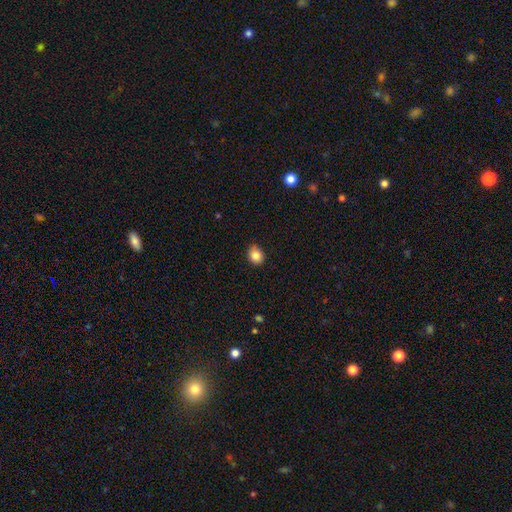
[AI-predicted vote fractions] smooth 84%, star or artifact 10%, featured or disk 6%. Down the decision tree: how rounded — round (64%); merging — none (77%).